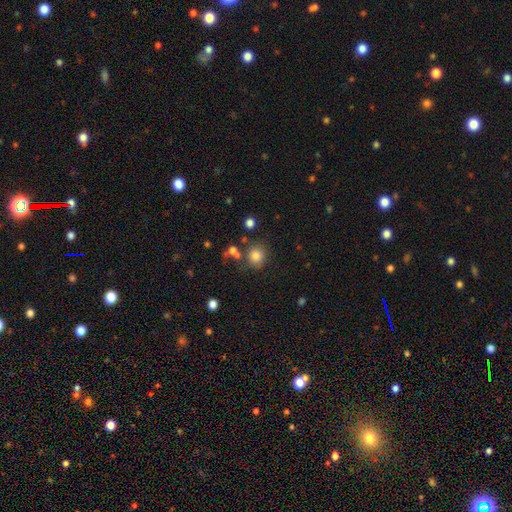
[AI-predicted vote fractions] Q: Smooth or featured?
A: smooth (81%); runner-up: star or artifact (12%)
Q: How rounded?
A: round (85%); runner-up: in between (14%)
Q: Merging?
A: none (74%); runner-up: minor disturbance (11%)